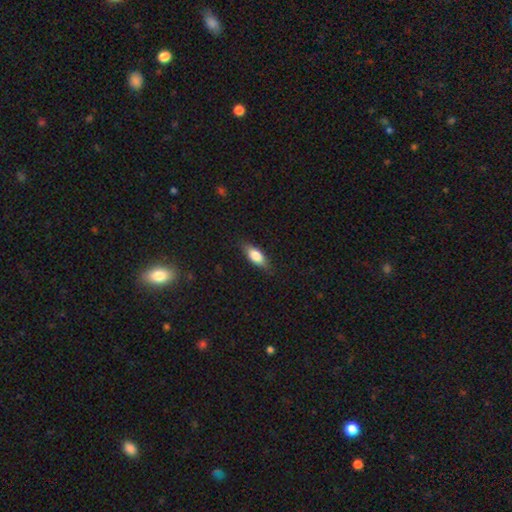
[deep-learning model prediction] A smooth galaxy with no disk features (78%) that is in between round and cigar-shaped (77%).

Vote fractions:
- Smooth or featured? smooth: 78% / featured or disk: 15% / star or artifact: 6%
- How rounded? in between: 77% / cigar-shaped: 20% / round: 3%
- Merging? none: 82% / minor disturbance: 14% / major disturbance: 3% / merger: 1%